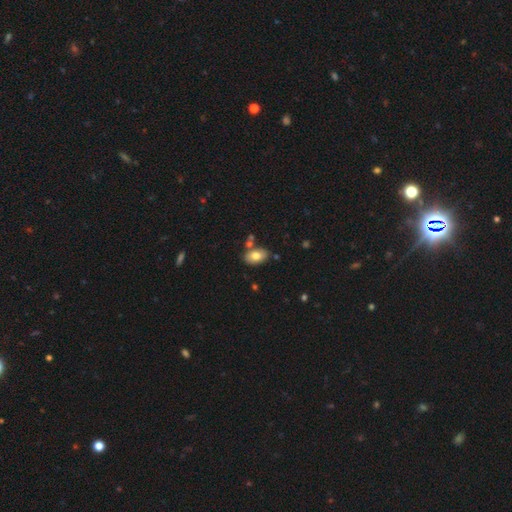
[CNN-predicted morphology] This is likely a smooth galaxy (77%). How rounded: clearly in between (91%). Merging: likely none (74%).